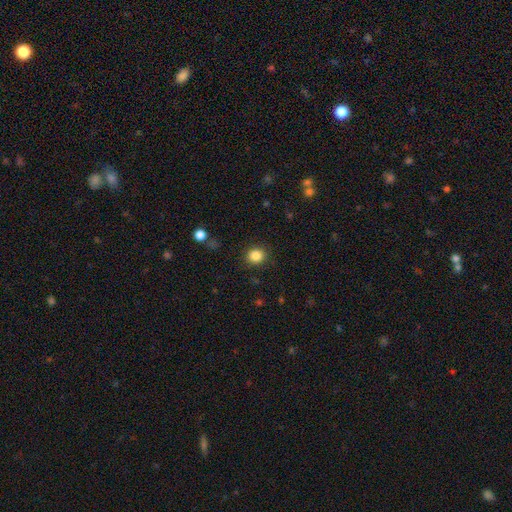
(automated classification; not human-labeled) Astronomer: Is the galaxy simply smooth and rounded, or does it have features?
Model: smooth — 86%.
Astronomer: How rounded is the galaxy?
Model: round — 81%.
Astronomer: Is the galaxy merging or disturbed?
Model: none — 89%.